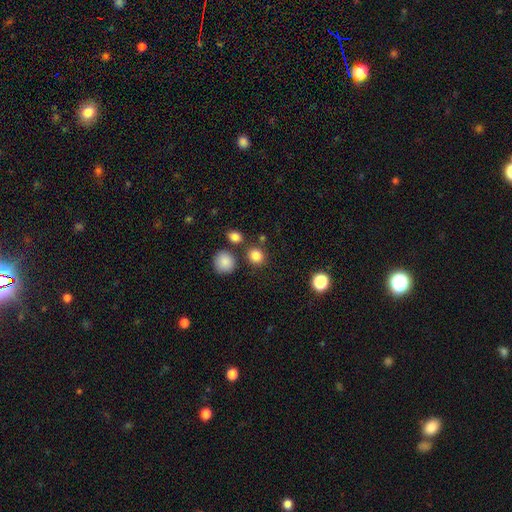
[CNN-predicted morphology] type=smooth (84%); roundness=round (82%); merging=none (78%).